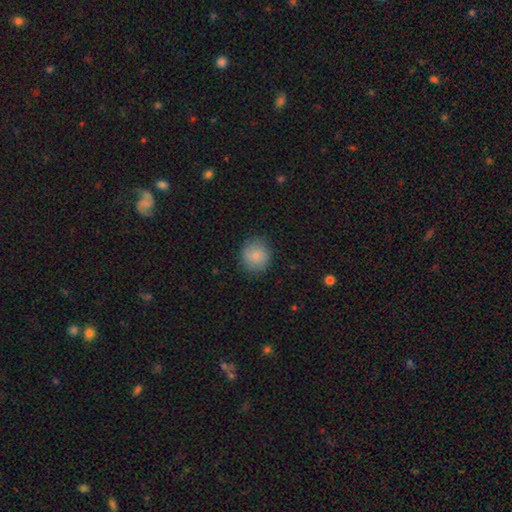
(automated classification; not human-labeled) Smooth or featured: smooth — 84% (featured or disk — 8%)
How rounded: round — 88% (in between — 11%)
Merging: none — 84% (minor disturbance — 12%)